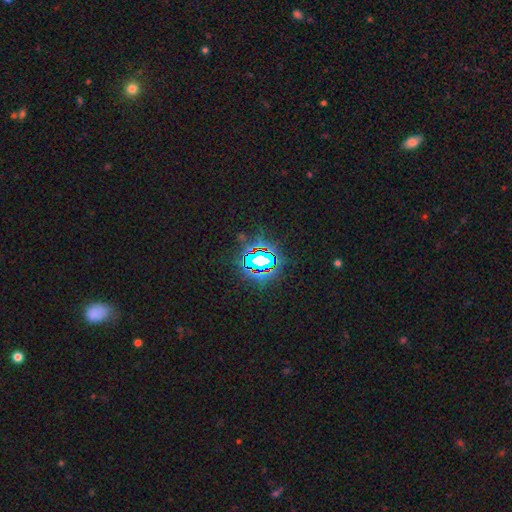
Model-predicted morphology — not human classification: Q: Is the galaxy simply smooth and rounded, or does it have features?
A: star or artifact — 80%.